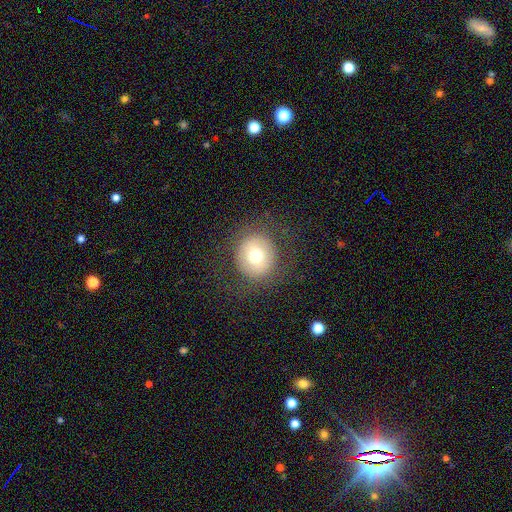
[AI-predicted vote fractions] A smooth galaxy with no disk features (68%) that is round (88%).

Vote fractions:
- Smooth or featured? smooth: 68% / featured or disk: 20% / star or artifact: 11%
- How rounded? round: 88% / in between: 12% / cigar-shaped: 1%
- Merging? none: 81% / minor disturbance: 10% / major disturbance: 7% / merger: 1%